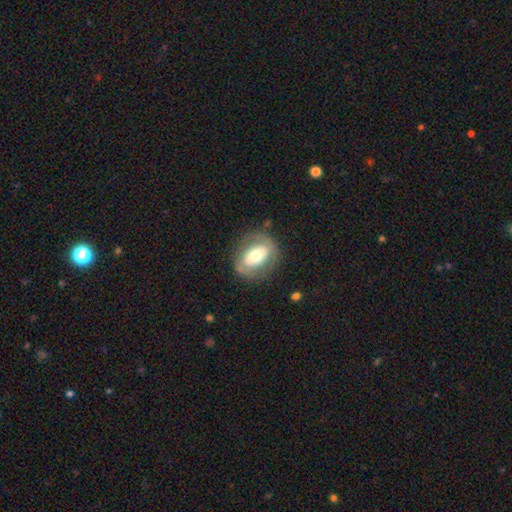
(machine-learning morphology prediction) This is possibly a smooth galaxy (50%). How rounded: possibly in between (60%). Merging: likely none (75%).